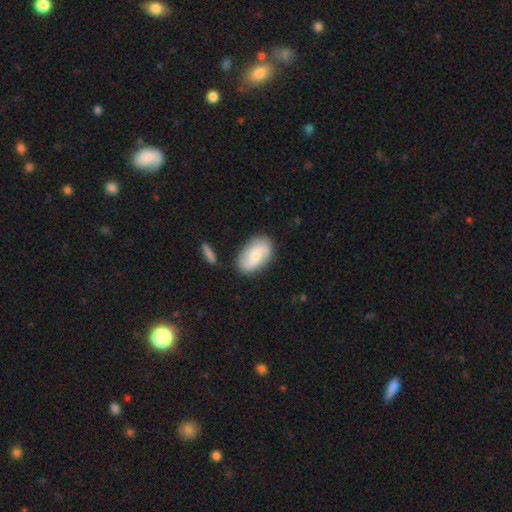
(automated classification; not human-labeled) Q: Smooth or featured?
A: smooth (48%); runner-up: featured or disk (45%)
Q: Merging?
A: none (78%); runner-up: minor disturbance (14%)